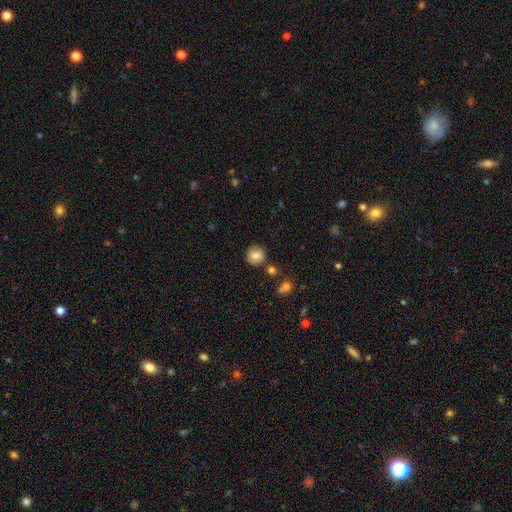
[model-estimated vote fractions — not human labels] A smooth galaxy with no disk features (83%) that is round (90%).

Vote fractions:
- Smooth or featured? smooth: 83% / star or artifact: 9% / featured or disk: 8%
- How rounded? round: 90% / in between: 9% / cigar-shaped: 1%
- Merging? none: 82% / minor disturbance: 11% / merger: 4% / major disturbance: 3%